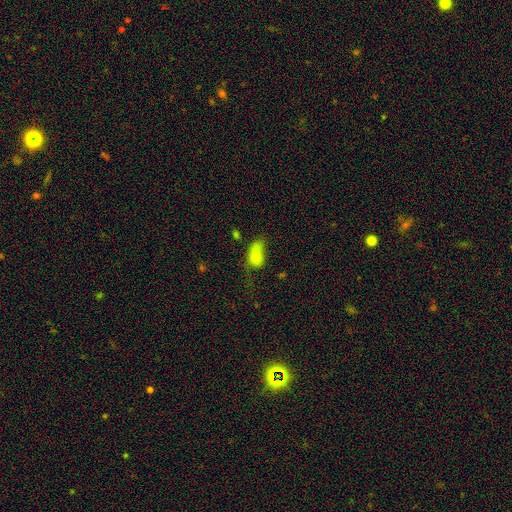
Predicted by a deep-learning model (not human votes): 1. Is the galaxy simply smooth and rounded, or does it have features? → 77% smooth, 12% featured or disk, 11% star or artifact.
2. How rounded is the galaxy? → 88% in between, 7% round, 5% cigar-shaped.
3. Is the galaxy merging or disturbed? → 37% major disturbance, 30% minor disturbance, 25% none, 7% merger.